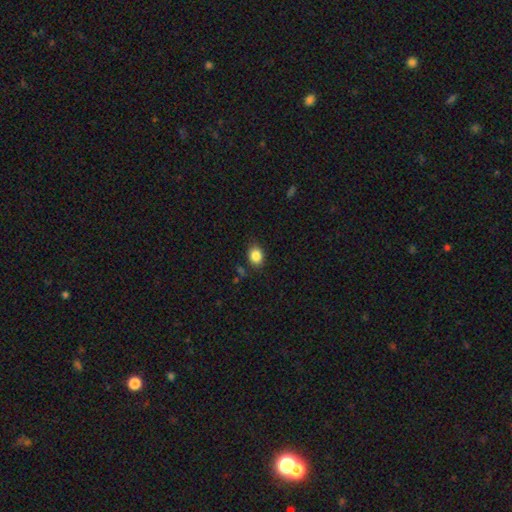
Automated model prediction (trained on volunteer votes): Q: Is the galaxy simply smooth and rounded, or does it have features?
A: smooth — 86%.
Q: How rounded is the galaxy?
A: in between — 57%.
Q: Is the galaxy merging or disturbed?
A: none — 82%.